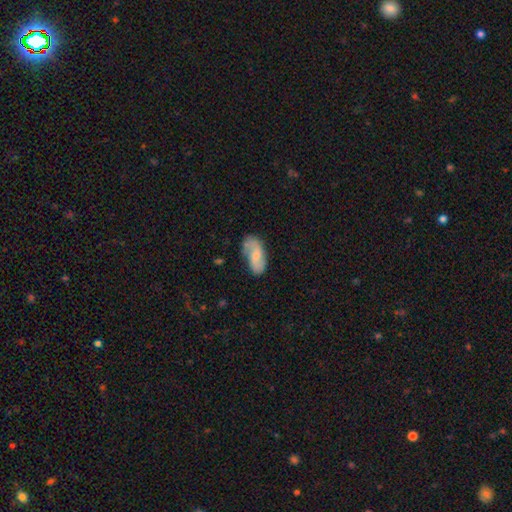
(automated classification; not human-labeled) smooth-or-featured: featured or disk: 47% (tied) | smooth: 47% (tied) | star or artifact: 7%
  merging: none: 58% | minor disturbance: 27% | major disturbance: 11% | merger: 4%